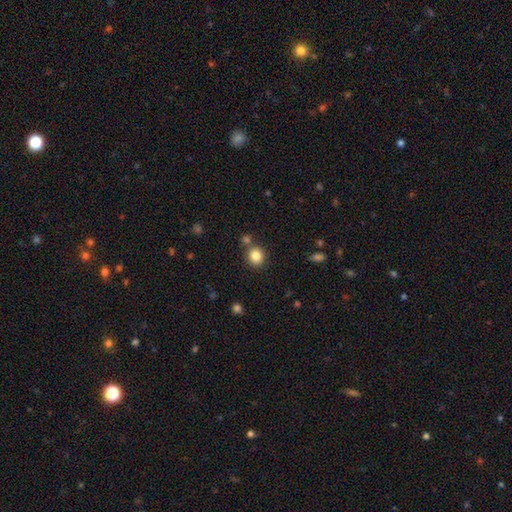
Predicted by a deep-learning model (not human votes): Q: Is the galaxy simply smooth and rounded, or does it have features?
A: smooth — 83%.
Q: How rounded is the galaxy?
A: round — 85%.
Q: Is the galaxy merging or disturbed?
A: none — 78%.